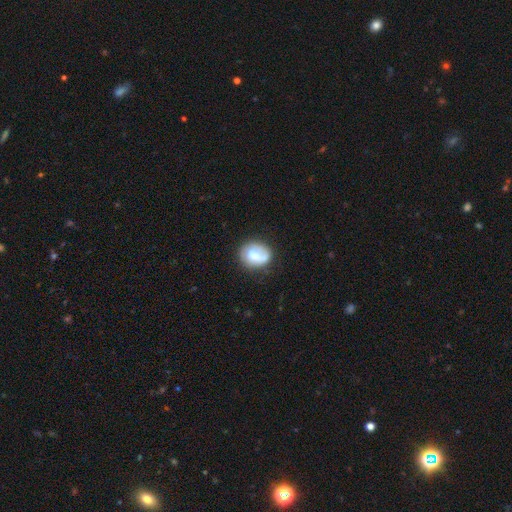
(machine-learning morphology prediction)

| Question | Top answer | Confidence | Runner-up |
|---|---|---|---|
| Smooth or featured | smooth | 63% | featured or disk (30%) |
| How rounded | round | 61% | in between (38%) |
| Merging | none | 63% | minor disturbance (24%) |